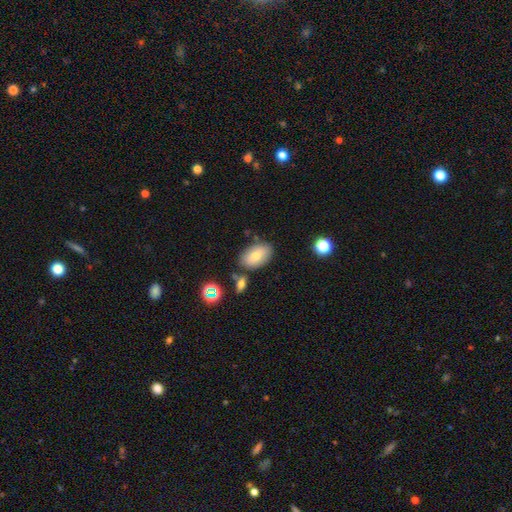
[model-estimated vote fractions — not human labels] Smooth or featured? smooth (73%)
How rounded? in between (91%)
Merging? none (75%)